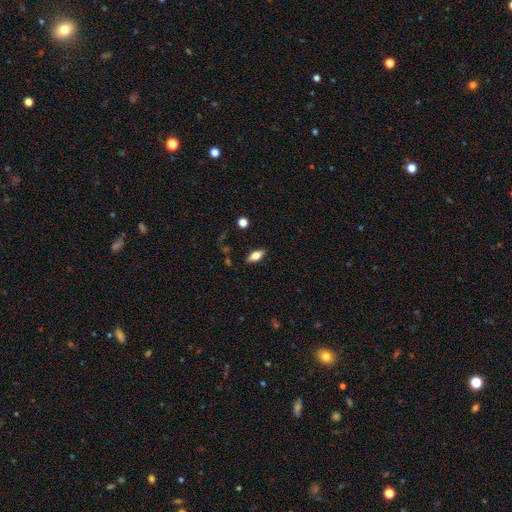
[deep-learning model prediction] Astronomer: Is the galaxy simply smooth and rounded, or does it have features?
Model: smooth — 65%.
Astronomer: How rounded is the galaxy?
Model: in between — 81%.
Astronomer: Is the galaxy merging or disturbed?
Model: none — 86%.